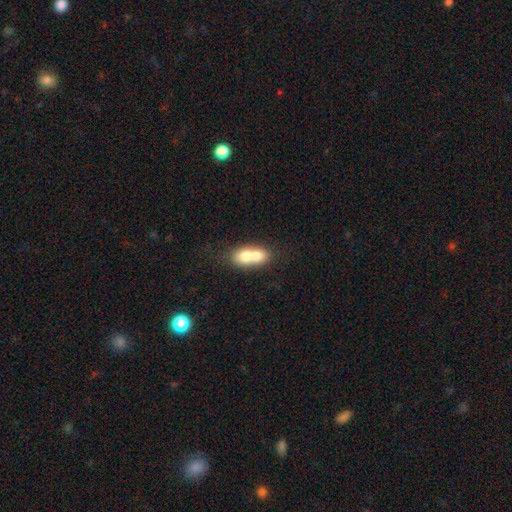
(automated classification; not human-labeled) This appears to be a smooth galaxy with no disk features (67%) that is in between round and cigar-shaped (65%). Merging: merger (74%).